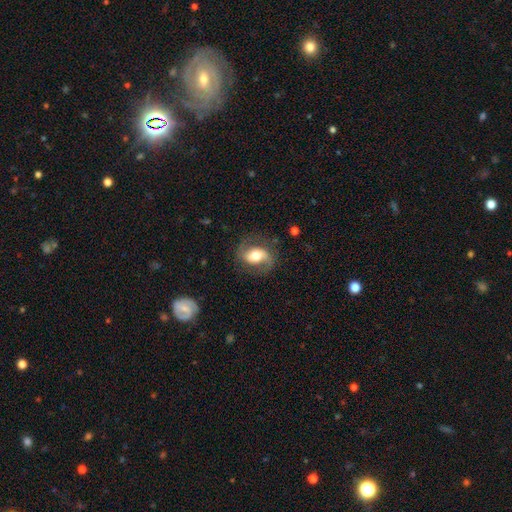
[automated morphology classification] Smooth or featured: featured or disk — 65% (smooth — 28%)
Edge-on disk: no — 96% (yes — 4%)
Bar: weak — 38% (no — 34%)
Spiral arms: yes — 87% (no — 13%)
Spiral winding: medium — 46% (loose — 37%)
Spiral arm count: 2 — 88% (1 — 5%)
Bulge size: moderate — 55% (large — 30%)
Merging: none — 74% (minor disturbance — 16%)